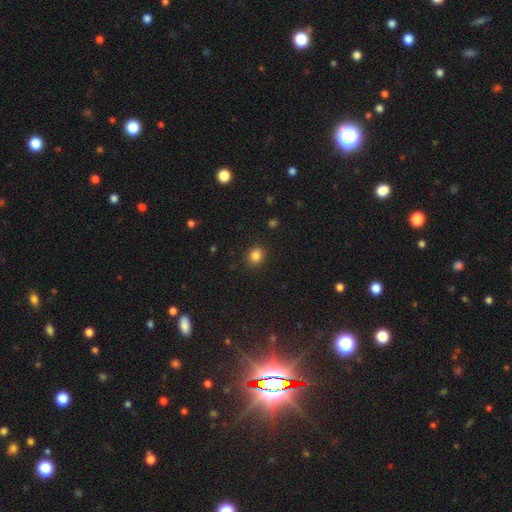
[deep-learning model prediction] A smooth galaxy with no disk features (83%) that is round (67%).

Vote fractions:
- Smooth or featured? smooth: 83% / star or artifact: 12% / featured or disk: 5%
- How rounded? round: 67% / in between: 32% / cigar-shaped: 1%
- Merging? none: 87% / minor disturbance: 9% / major disturbance: 2% / merger: 1%